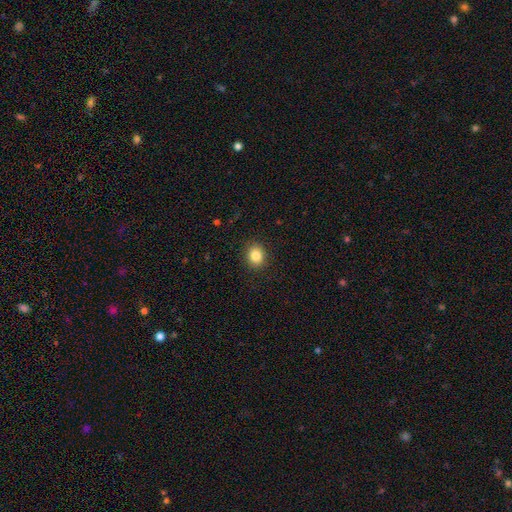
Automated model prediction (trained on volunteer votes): Smooth or featured? Predicted: smooth (p=0.85). How rounded? Predicted: round (p=0.66). Merging? Predicted: none (p=0.89).